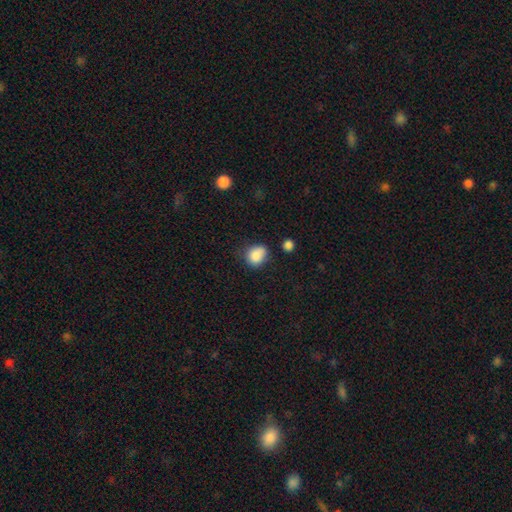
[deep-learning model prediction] This is clearly a smooth galaxy (85%). How rounded: possibly round (53%). Merging: possibly none (57%).